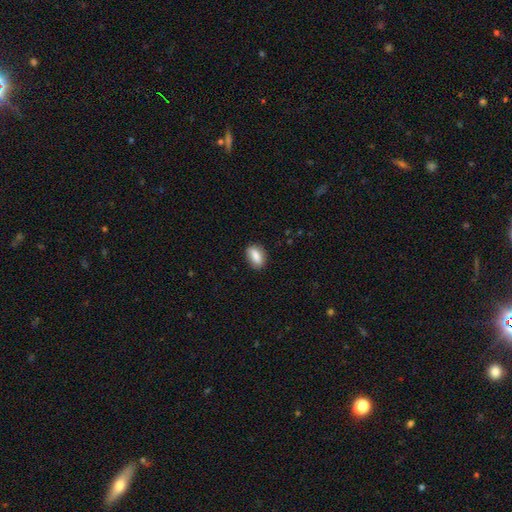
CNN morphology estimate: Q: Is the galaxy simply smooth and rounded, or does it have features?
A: smooth — 84%.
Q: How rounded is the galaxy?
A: in between — 85%.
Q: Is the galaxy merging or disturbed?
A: none — 86%.